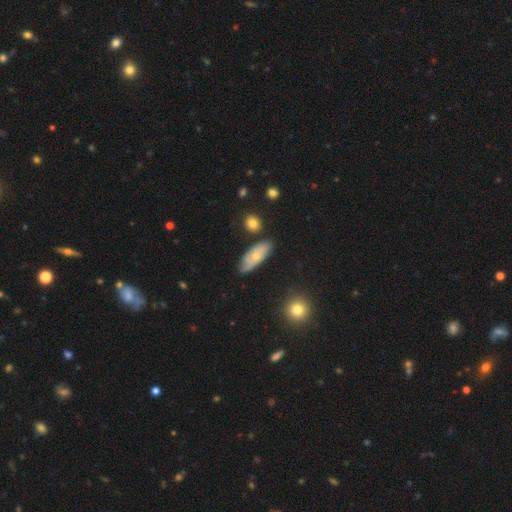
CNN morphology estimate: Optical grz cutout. It shows a smooth galaxy with no disk features (58%) that is in between round and cigar-shaped (79%). Merging: none (72%).